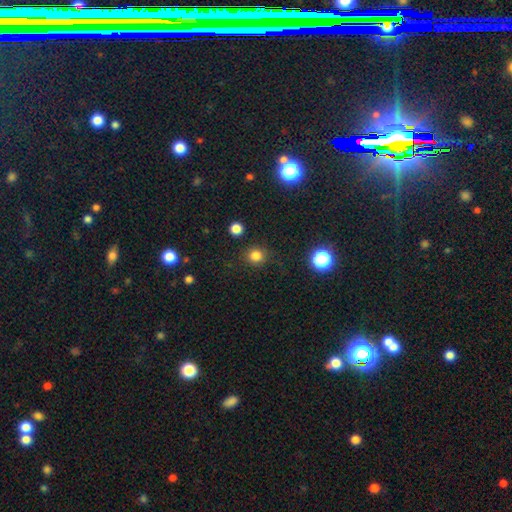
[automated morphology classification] This appears to be a smooth galaxy with no disk features (81%) that is round (90%). Merging: none (87%).